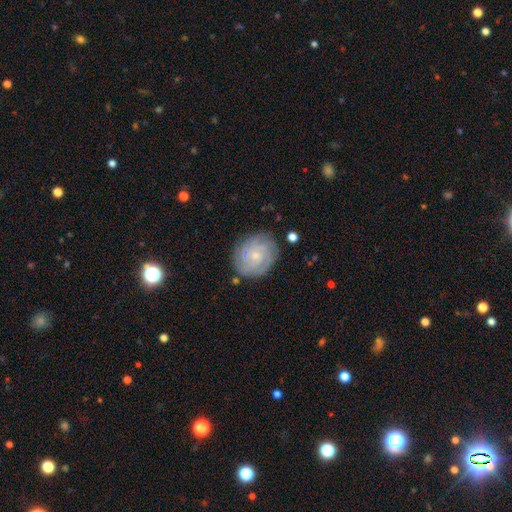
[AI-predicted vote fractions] This appears to be a featured or disk galaxy (74%) with no bar (75%), tight (75%) spiral arms (94%) and a small central bulge (72%). Merging: none (80%).